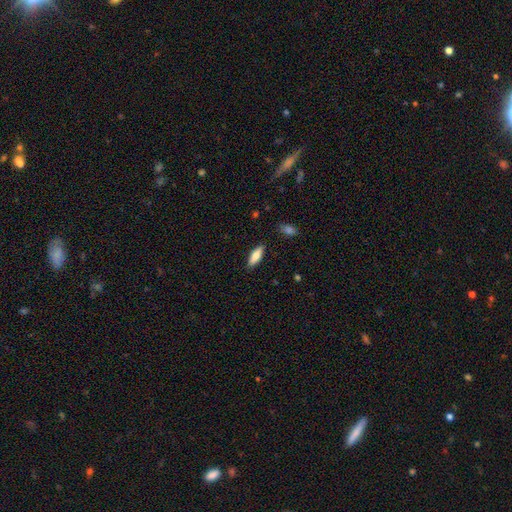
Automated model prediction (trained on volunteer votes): Smooth or featured? smooth (82%)
How rounded? in between (63%)
Merging? none (86%)